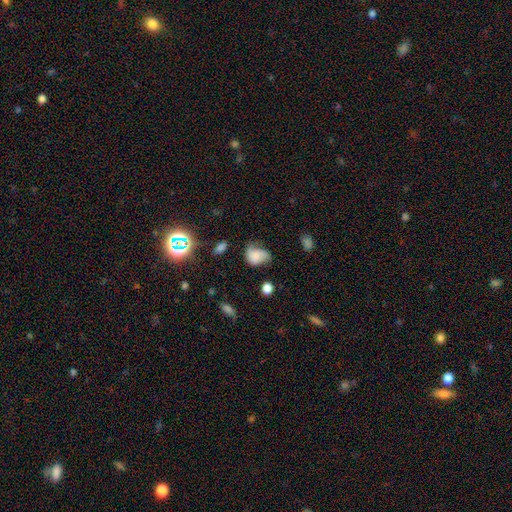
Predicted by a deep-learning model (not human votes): Overall: smooth (55%; featured or disk 33%). How rounded: in between (63%; round 36%). Merging: none (38%; minor disturbance 34%).